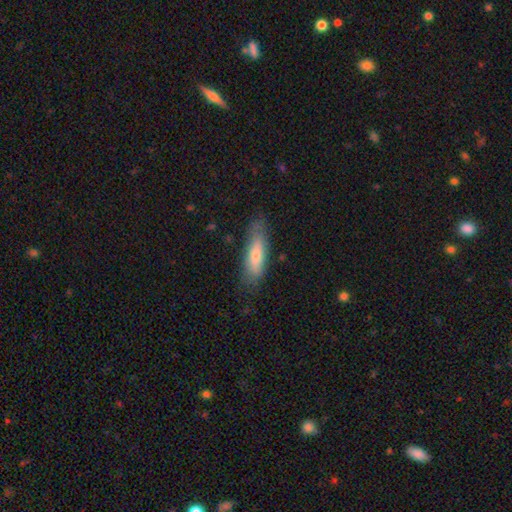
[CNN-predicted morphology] type=smooth (70%); roundness=cigar-shaped (56%); merging=none (75%).